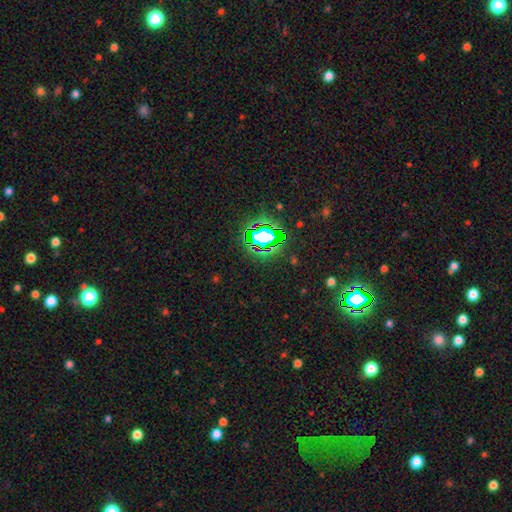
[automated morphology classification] smooth-or-featured: star or artifact: 76% | smooth: 16% | featured or disk: 9%